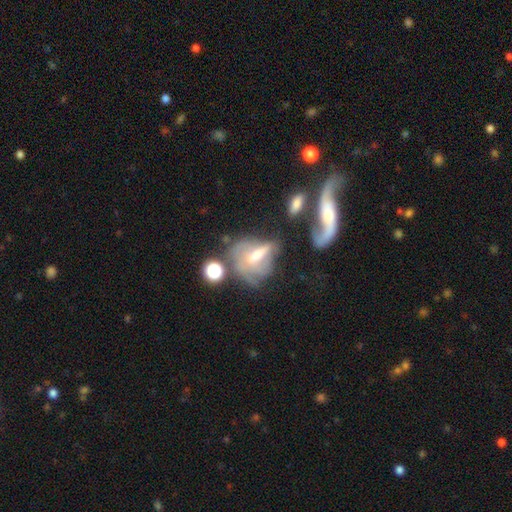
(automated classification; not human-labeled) Morphology: type=featured or disk (54%); edge-on=no (89%); merging=major disturbance (37%).